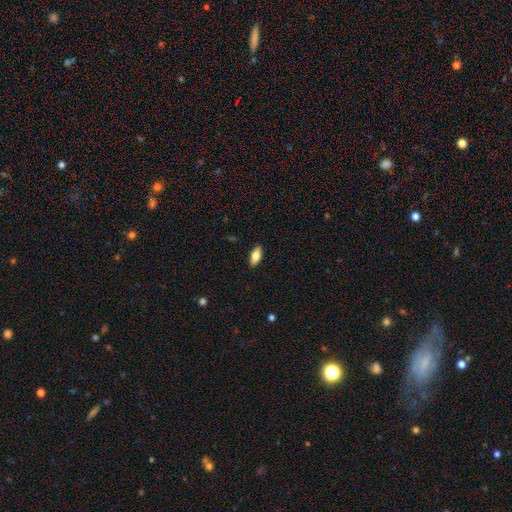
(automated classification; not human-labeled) A smooth galaxy with no disk features (76%) that is in between round and cigar-shaped (85%). Merging: none (89%).